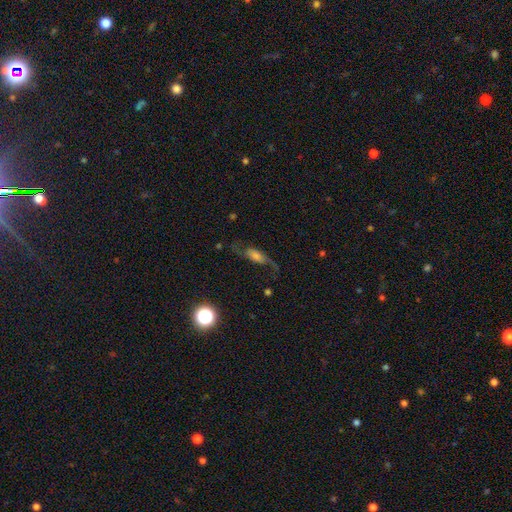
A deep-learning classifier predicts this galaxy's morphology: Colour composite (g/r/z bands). It shows a featured or disk galaxy (66%) with no bar (52%), spiral arms (90%) and a moderate central bulge (29%). Merging: none (62%).